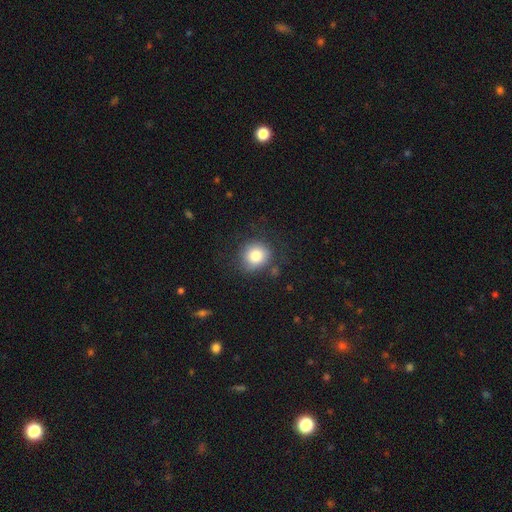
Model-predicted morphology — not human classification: type=smooth (82%); roundness=round (85%); merging=none (76%).